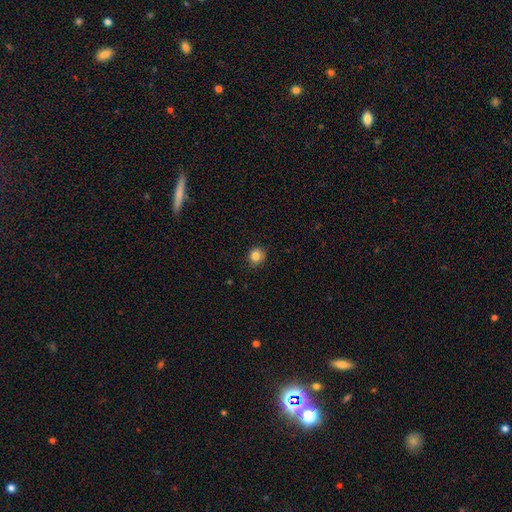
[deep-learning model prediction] smooth_or_featured: smooth (p=0.84) [alt: star or artifact p=0.11]
how_rounded: round (p=0.85) [alt: in between p=0.14]
merging: none (p=0.88) [alt: minor disturbance p=0.09]